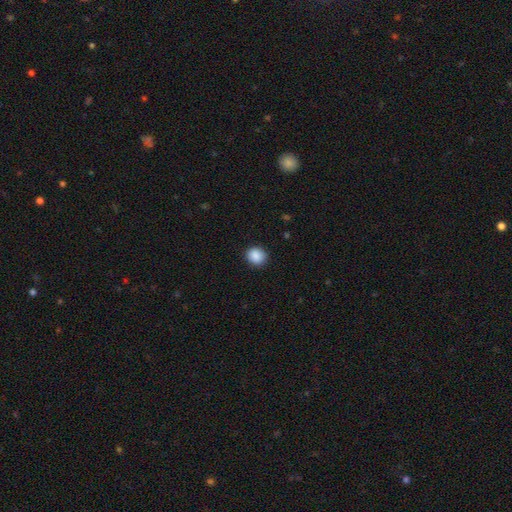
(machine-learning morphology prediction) smooth-or-featured: smooth: 89% | star or artifact: 8% | featured or disk: 3%
  how-rounded: round: 77% | in between: 22% | cigar-shaped: 1%
  merging: none: 89% | minor disturbance: 8% | major disturbance: 2% | merger: 1%